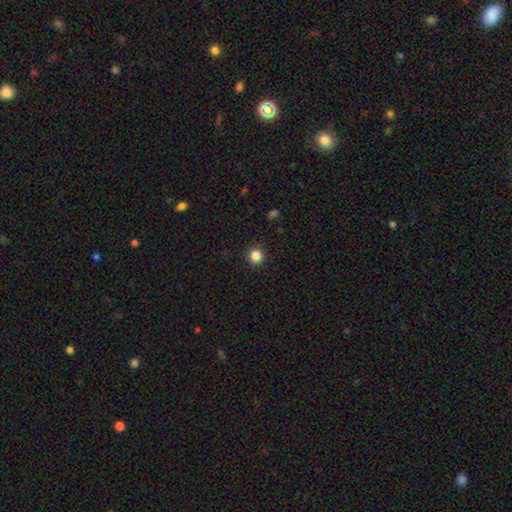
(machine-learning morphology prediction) smooth_or_featured: smooth (p=0.85) [alt: star or artifact p=0.11]
how_rounded: round (p=0.94) [alt: in between p=0.05]
merging: none (p=0.92) [alt: minor disturbance p=0.05]